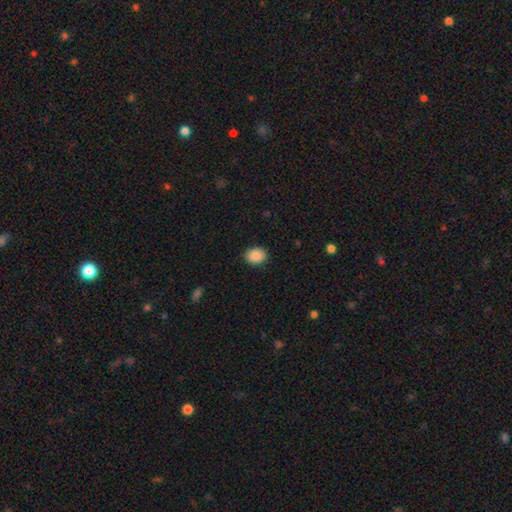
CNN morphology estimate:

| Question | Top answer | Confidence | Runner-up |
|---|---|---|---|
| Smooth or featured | smooth | 89% | star or artifact (8%) |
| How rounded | in between | 58% | round (42%) |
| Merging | none | 89% | minor disturbance (8%) |